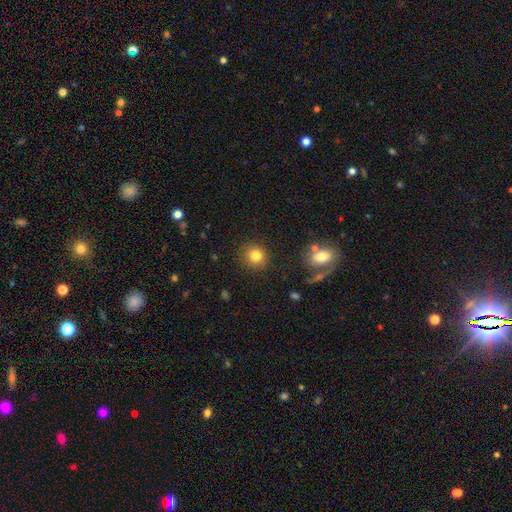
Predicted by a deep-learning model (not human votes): Smooth or featured: smooth — 83% (star or artifact — 11%)
How rounded: round — 88% (in between — 11%)
Merging: none — 87% (minor disturbance — 8%)